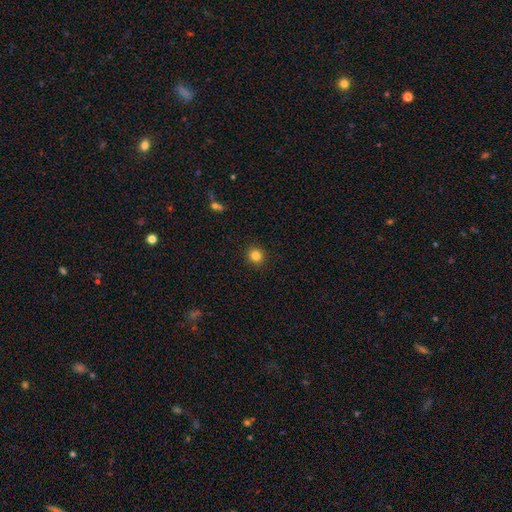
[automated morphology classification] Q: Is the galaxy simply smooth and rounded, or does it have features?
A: smooth — 84%.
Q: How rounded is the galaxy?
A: round — 90%.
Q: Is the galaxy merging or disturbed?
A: none — 92%.